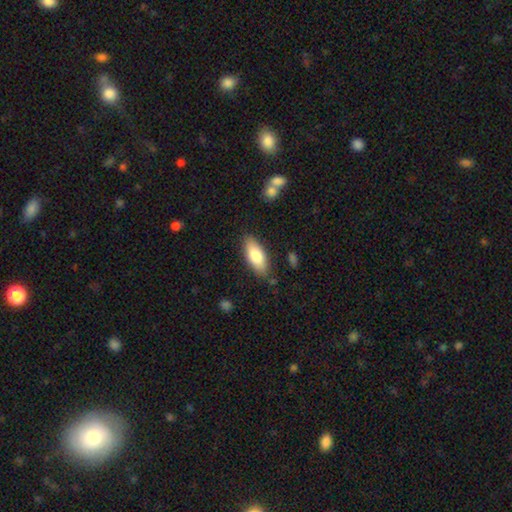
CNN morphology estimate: A smooth galaxy with no disk features (80%) that is in between round and cigar-shaped (80%). Merging: none (83%).